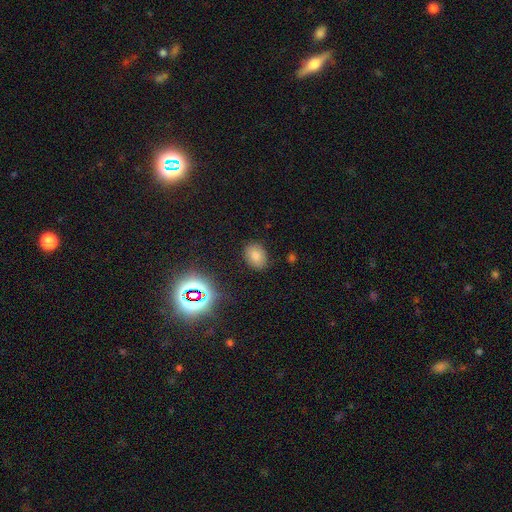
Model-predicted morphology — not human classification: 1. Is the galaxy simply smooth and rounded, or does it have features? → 65% smooth, 24% star or artifact, 11% featured or disk.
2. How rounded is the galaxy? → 69% in between, 30% round, 1% cigar-shaped.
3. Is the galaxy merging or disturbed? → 85% none, 10% minor disturbance, 3% major disturbance, 2% merger.